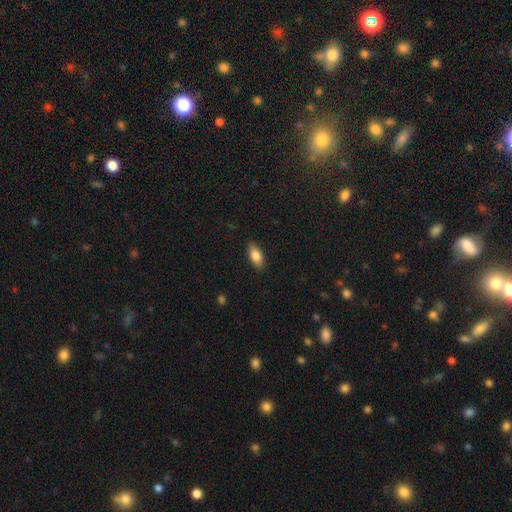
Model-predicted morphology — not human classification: Smooth or featured? Predicted: smooth (p=0.82). How rounded? Predicted: in between (p=0.87). Merging? Predicted: none (p=0.87).